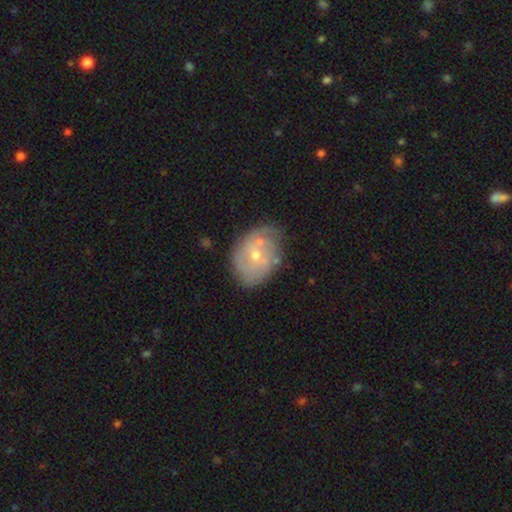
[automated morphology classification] type=featured or disk (58%); edge-on=no (96%); bar=no (75%); spiral arms=yes (58%); bulge=small (62%); merging=none (55%).